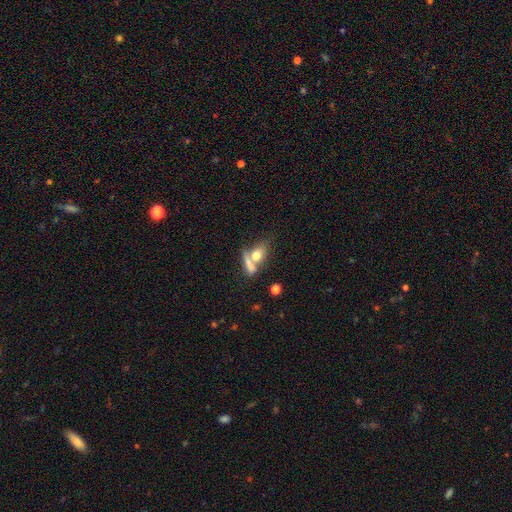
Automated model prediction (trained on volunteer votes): smooth_or_featured: smooth (p=0.73) [alt: featured or disk p=0.20]
how_rounded: in between (p=0.66) [alt: round p=0.22]
merging: merger (p=0.52) [alt: none p=0.31]